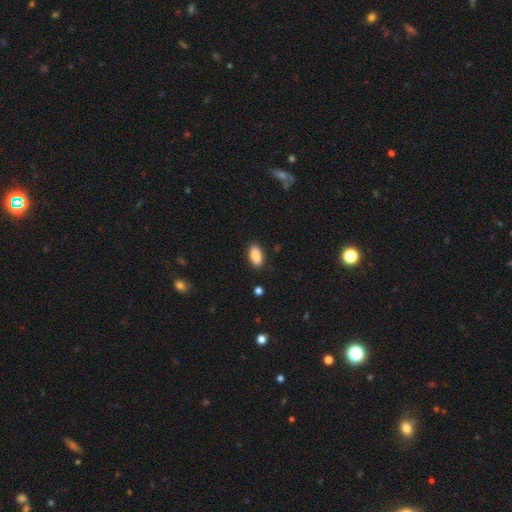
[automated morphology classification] The model was most divided on "merging": none: 88%, minor disturbance: 9%, major disturbance: 2%, merger: 1%. More confident: how rounded — in between (92%); smooth or featured — smooth (88%).